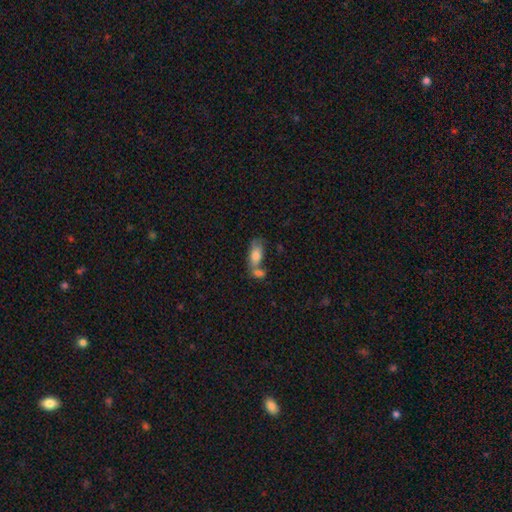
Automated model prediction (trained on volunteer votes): A smooth galaxy with no disk features (76%) that is in between round and cigar-shaped (89%).

Vote fractions:
- Smooth or featured? smooth: 76% / featured or disk: 17% / star or artifact: 7%
- How rounded? in between: 89% / cigar-shaped: 7% / round: 4%
- Merging? merger: 46% / none: 32% / minor disturbance: 14% / major disturbance: 8%